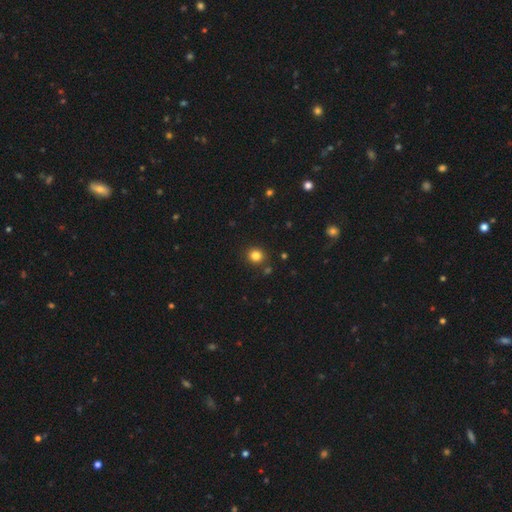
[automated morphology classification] smooth_or_featured: smooth (p=0.82) [alt: star or artifact p=0.13]
how_rounded: round (p=0.88) [alt: in between p=0.11]
merging: none (p=0.87) [alt: minor disturbance p=0.07]